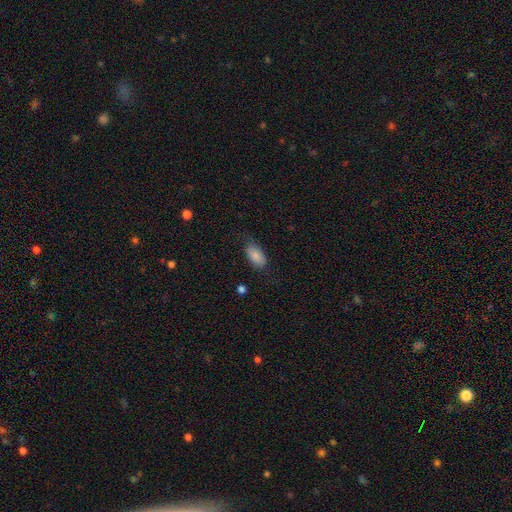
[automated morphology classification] Smooth or featured? Predicted: smooth (p=0.84). How rounded? Predicted: in between (p=0.93). Merging? Predicted: none (p=0.64).